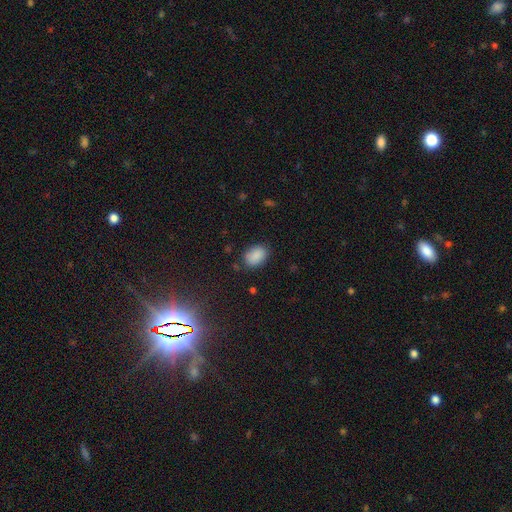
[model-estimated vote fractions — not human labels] smooth_or_featured: smooth (p=0.88) [alt: star or artifact p=0.08]
how_rounded: in between (p=0.84) [alt: round p=0.15]
merging: none (p=0.81) [alt: minor disturbance p=0.14]